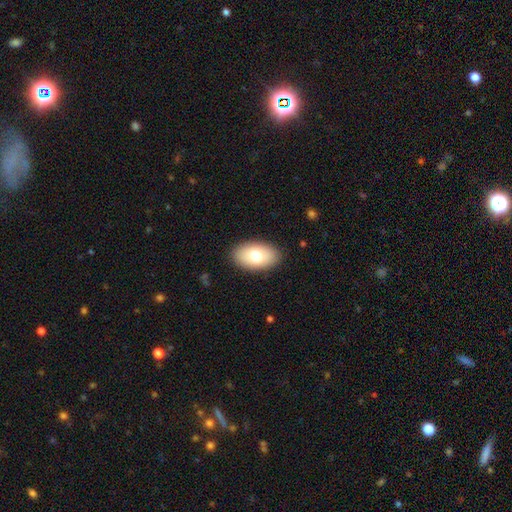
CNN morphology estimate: A smooth galaxy with no disk features (75%) that is in between round and cigar-shaped (94%). Merging: none (89%).